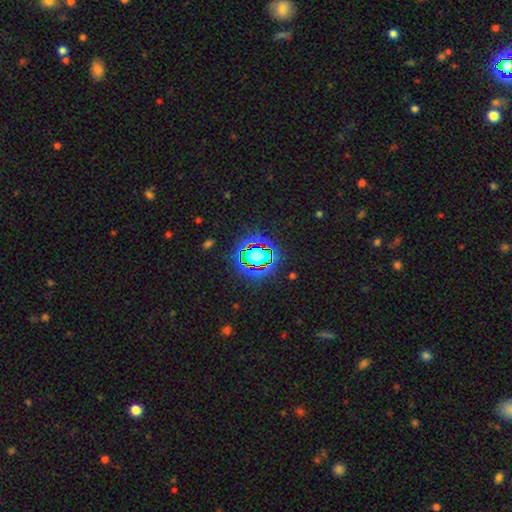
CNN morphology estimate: Smooth or featured? Predicted: star or artifact (p=0.63).